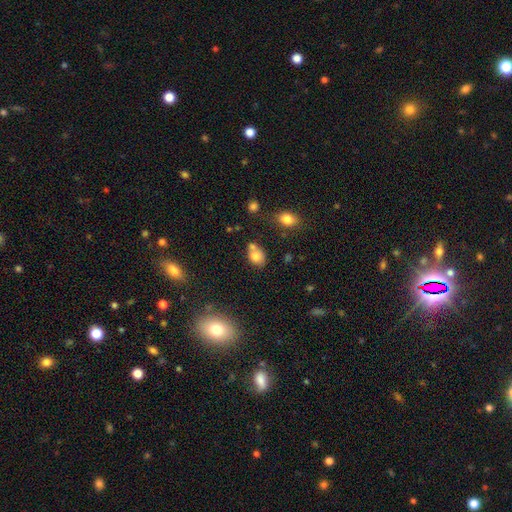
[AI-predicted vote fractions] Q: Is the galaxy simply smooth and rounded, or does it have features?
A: smooth — 77%.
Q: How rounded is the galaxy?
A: in between — 62%.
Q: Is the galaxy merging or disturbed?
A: none — 46%.